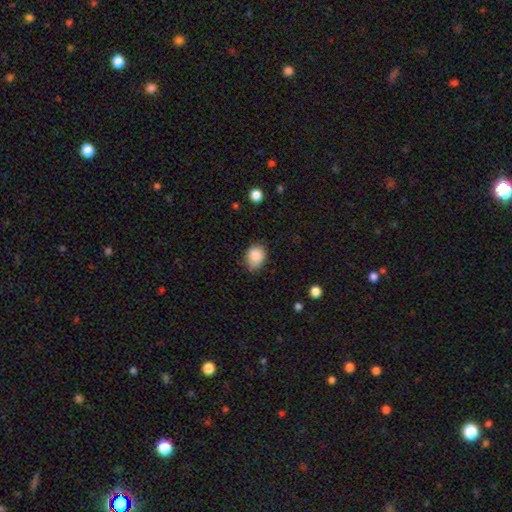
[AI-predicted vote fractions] The model was most divided on "how rounded": in between: 61%, round: 38%, cigar-shaped: 1%. More confident: smooth or featured — smooth (86%); merging — none (66%).